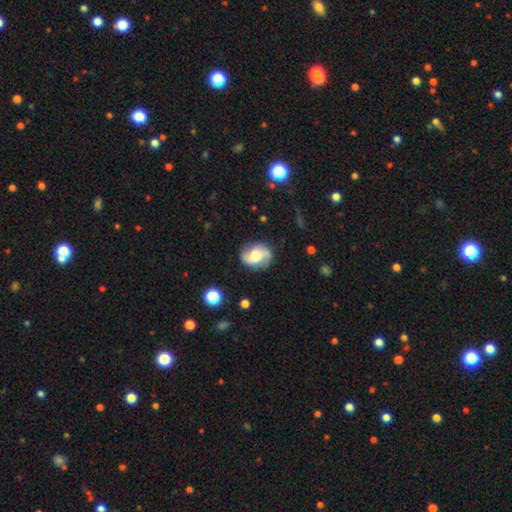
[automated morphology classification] smooth-or-featured: featured or disk: 72% | smooth: 20% | star or artifact: 7%
  disk-edge-on: no: 97% | yes: 3%
    bar: no: 48% | weak: 40% | strong: 11%
    has-spiral-arms: yes: 94% | no: 6%
      spiral-winding: medium: 42% (tied) | loose: 42% (tied) | tight: 16%
      spiral-arm-count: 2: 85% | can't tell: 6% | 3: 4% | 1: 3% | 4: 1% | more than 4: 1%
    bulge-size: moderate: 53% | small: 22% | large: 17% | none: 5% | dominant: 3%
  merging: none: 76% | minor disturbance: 16% | major disturbance: 6% | merger: 2%